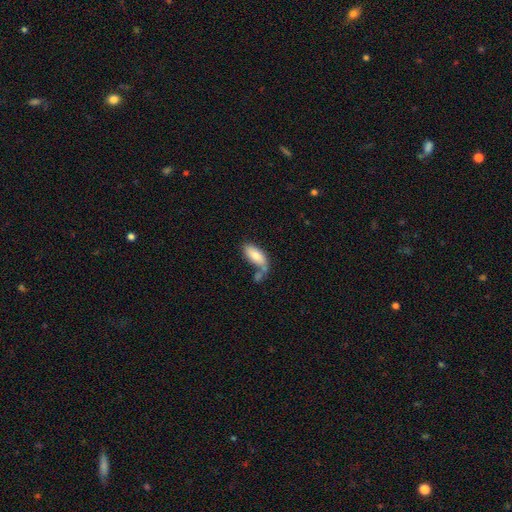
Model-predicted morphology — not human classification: Smooth or featured?
  - smooth: 79% *
  - featured or disk: 14%
  - star or artifact: 7%
How rounded?
  - in between: 83% *
  - cigar-shaped: 15%
  - round: 2%
Merging?
  - none: 42% *
  - merger: 30%
  - minor disturbance: 19%
  - major disturbance: 9%